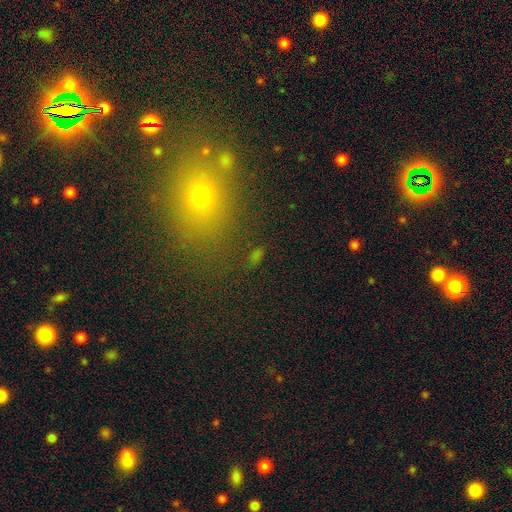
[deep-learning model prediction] Smooth or featured: smooth — 52% (star or artifact — 37%)
How rounded: in between — 62% (round — 30%)
Merging: none — 74% (minor disturbance — 12%)